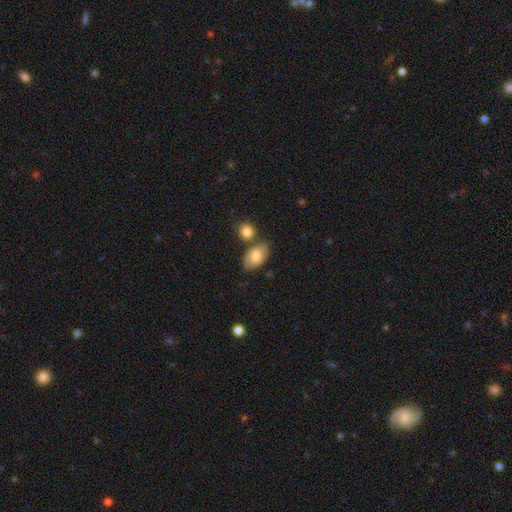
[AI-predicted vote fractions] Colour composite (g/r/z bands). It shows a smooth galaxy with no disk features (77%) that is in between round and cigar-shaped (91%). Merging: none (63%).